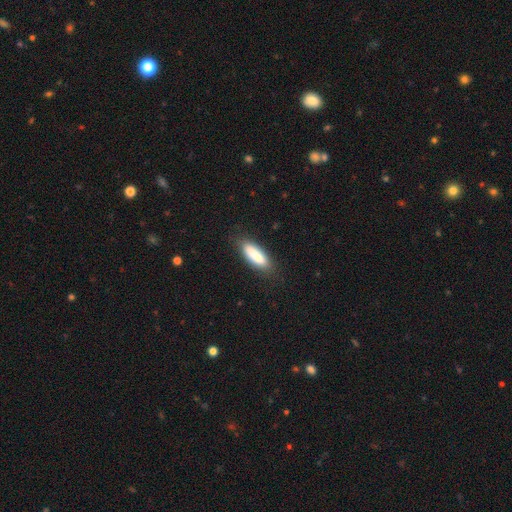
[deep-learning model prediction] Morphology: type=smooth (82%); roundness=in between (65%); merging=none (82%).